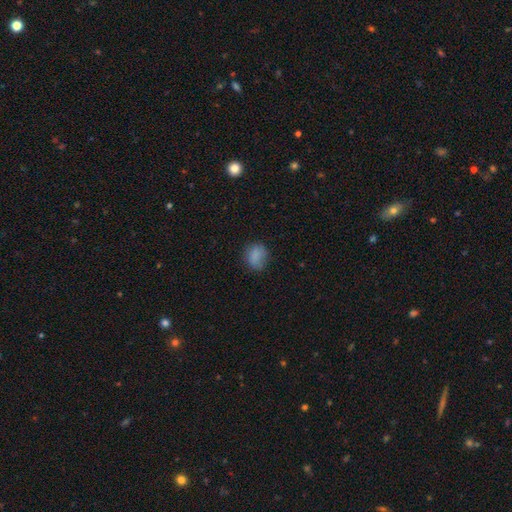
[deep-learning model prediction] Smooth or featured? smooth (83%)
How rounded? round (51%)
Merging? none (70%)